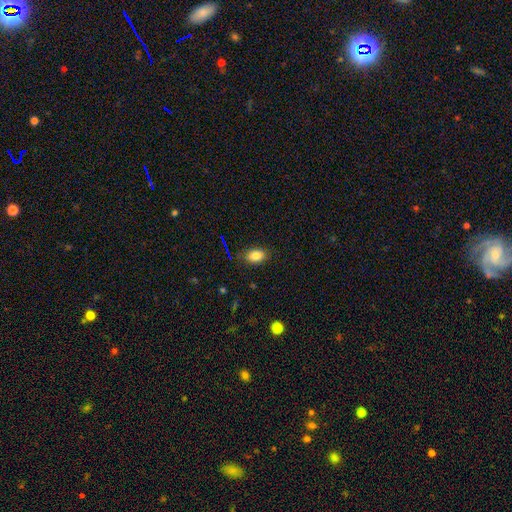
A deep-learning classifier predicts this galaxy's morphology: Smooth or featured: smooth — 84% (star or artifact — 9%)
How rounded: in between — 85% (round — 13%)
Merging: none — 83% (minor disturbance — 13%)